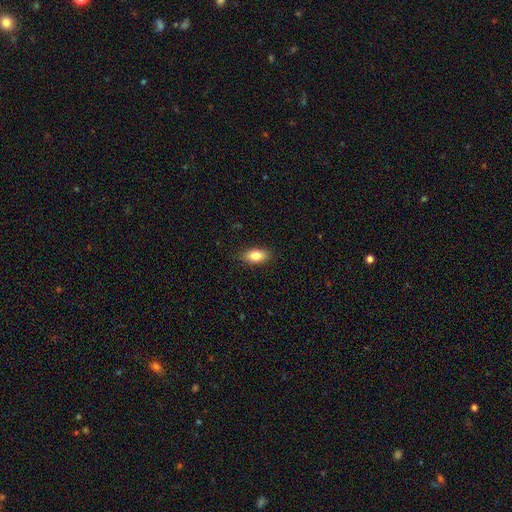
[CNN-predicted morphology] Smooth or featured?
  - smooth: 83% *
  - featured or disk: 10%
  - star or artifact: 8%
How rounded?
  - in between: 90% *
  - cigar-shaped: 5%
  - round: 5%
Merging?
  - none: 88% *
  - minor disturbance: 9%
  - major disturbance: 2%
  - merger: 1%